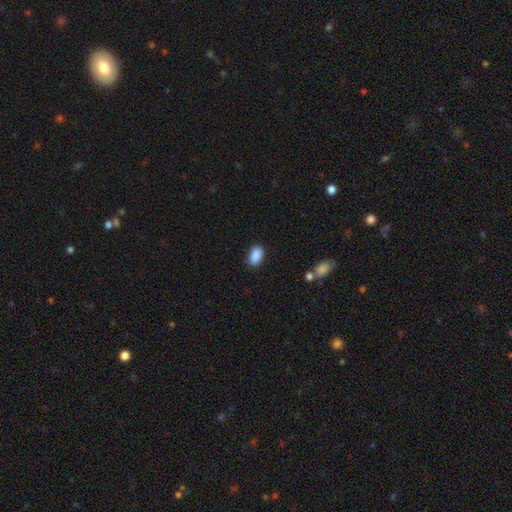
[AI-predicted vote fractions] Overall: smooth (90%). How rounded: in between (92%). Merging: none (85%).